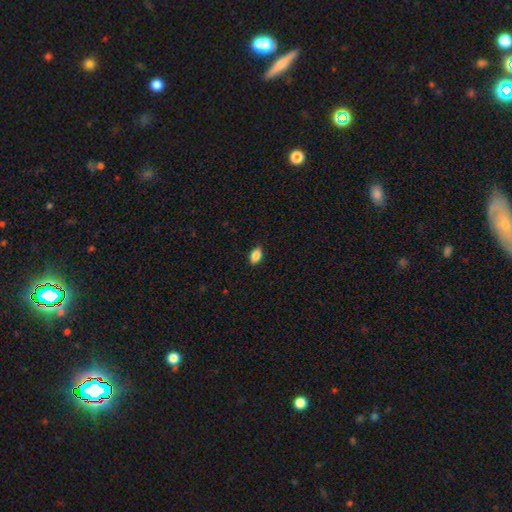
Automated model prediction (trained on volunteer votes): Smooth or featured: smooth — 86% (star or artifact — 8%)
How rounded: in between — 89% (round — 8%)
Merging: none — 86% (minor disturbance — 11%)